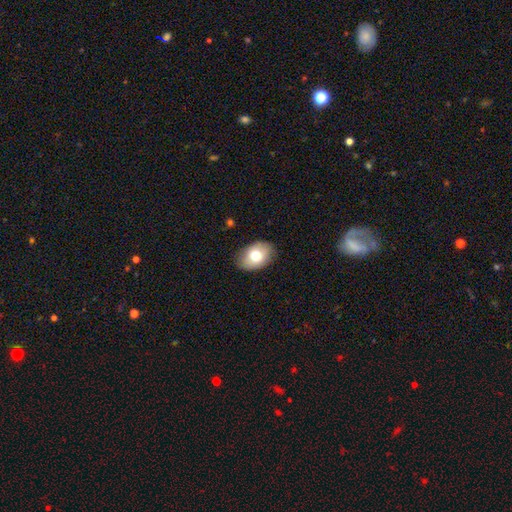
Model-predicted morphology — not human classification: Smooth or featured?
  - smooth: 75% *
  - featured or disk: 18%
  - star or artifact: 7%
How rounded?
  - in between: 84% *
  - round: 15%
  - cigar-shaped: 1%
Merging?
  - none: 84% *
  - minor disturbance: 13%
  - major disturbance: 3%
  - merger: 1%